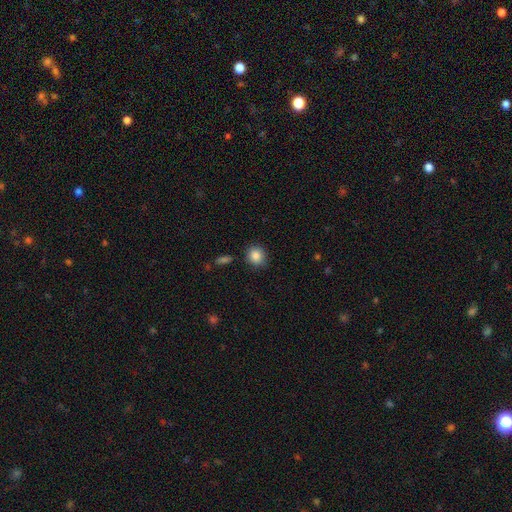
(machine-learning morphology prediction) Smooth or featured: smooth — 87% (star or artifact — 9%)
How rounded: round — 80% (in between — 18%)
Merging: none — 85% (minor disturbance — 10%)